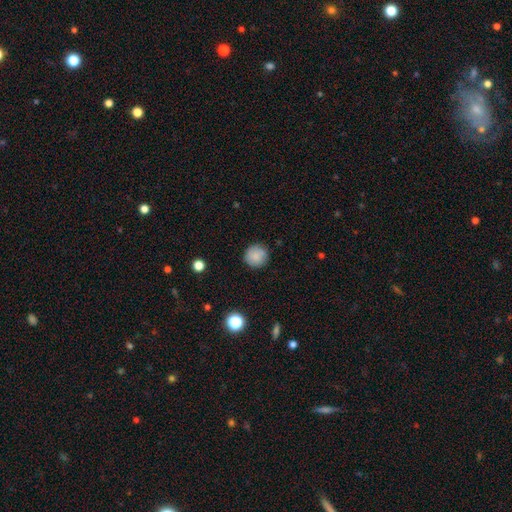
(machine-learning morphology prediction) This appears to be a smooth galaxy with no disk features (83%) that is round (93%). Merging: none (87%).